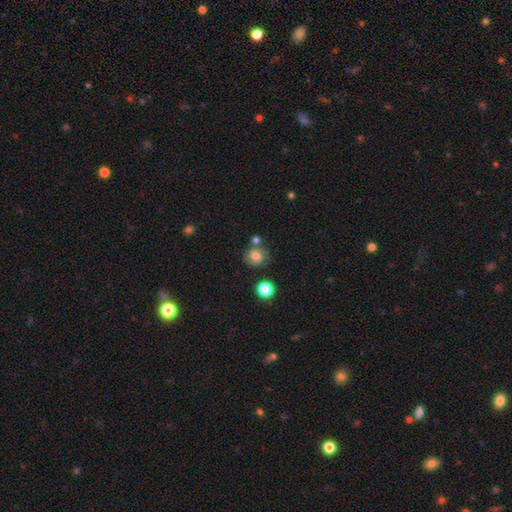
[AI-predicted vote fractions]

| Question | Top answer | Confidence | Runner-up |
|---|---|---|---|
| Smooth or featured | smooth | 67% | featured or disk (21%) |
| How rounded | round | 80% | in between (19%) |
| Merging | none | 67% | minor disturbance (16%) |